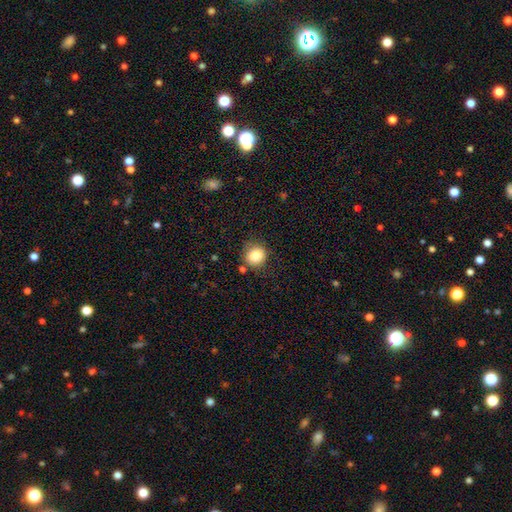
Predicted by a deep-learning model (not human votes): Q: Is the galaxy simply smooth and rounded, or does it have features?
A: smooth — 84%.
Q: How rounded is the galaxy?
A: round — 86%.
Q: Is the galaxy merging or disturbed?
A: none — 77%.